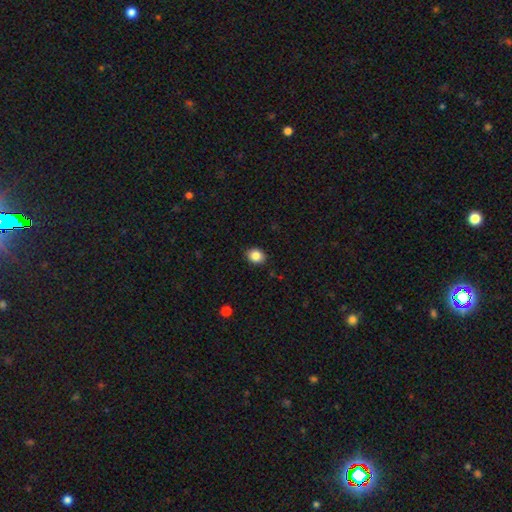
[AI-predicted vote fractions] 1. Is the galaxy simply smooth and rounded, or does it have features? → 86% smooth, 9% star or artifact, 5% featured or disk.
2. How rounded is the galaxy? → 53% round, 47% in between, 1% cigar-shaped.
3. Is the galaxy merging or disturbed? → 89% none, 8% minor disturbance, 2% major disturbance, 1% merger.